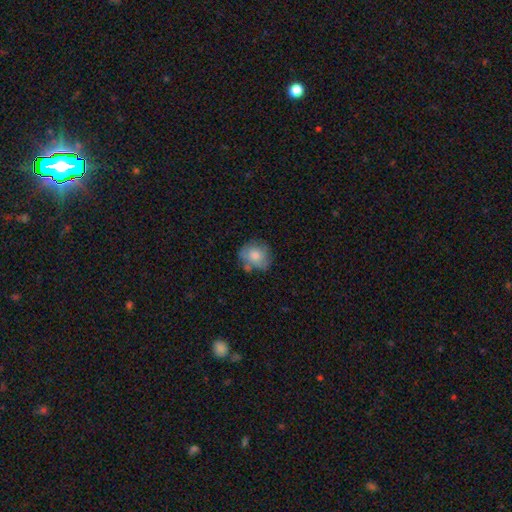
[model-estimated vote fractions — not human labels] Smooth or featured? Predicted: smooth (p=0.70). How rounded? Predicted: round (p=0.78). Merging? Predicted: none (p=0.63).